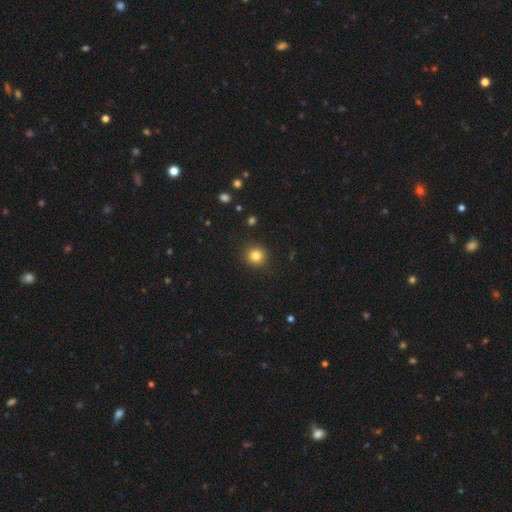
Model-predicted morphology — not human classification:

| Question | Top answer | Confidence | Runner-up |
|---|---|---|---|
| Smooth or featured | smooth | 83% | star or artifact (12%) |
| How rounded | round | 92% | in between (7%) |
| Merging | none | 91% | minor disturbance (6%) |